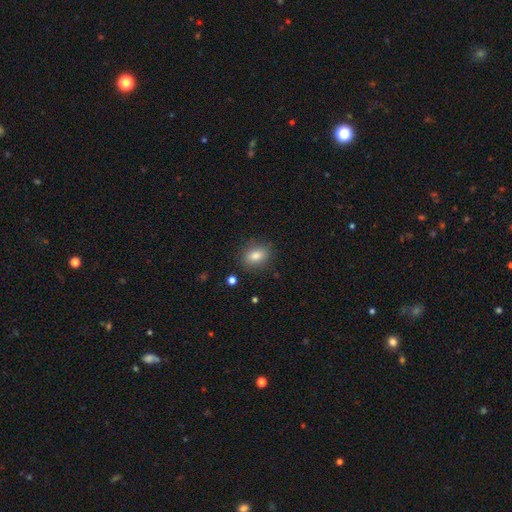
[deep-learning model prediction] This is clearly a smooth galaxy (82%). How rounded: likely in between (72%). Merging: clearly none (84%).